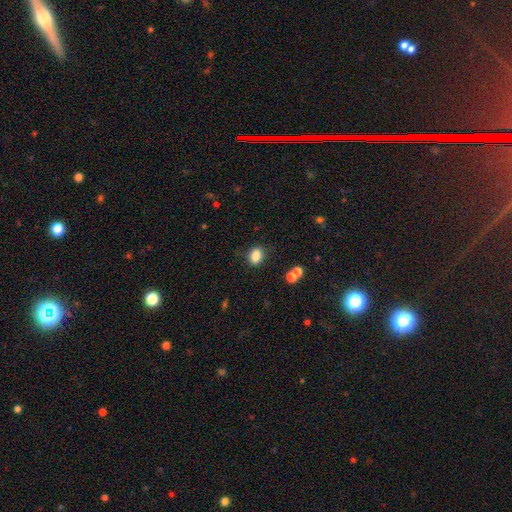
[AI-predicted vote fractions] Smooth or featured: smooth — 86% (star or artifact — 9%)
How rounded: in between — 74% (round — 25%)
Merging: none — 77% (minor disturbance — 14%)